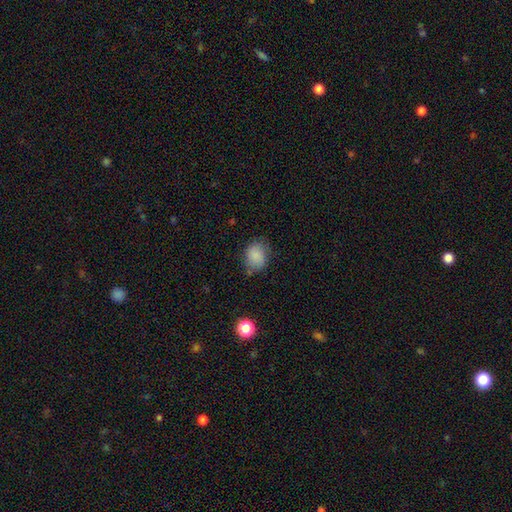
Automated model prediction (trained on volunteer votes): Smooth or featured? Predicted: smooth (p=0.83). How rounded? Predicted: in between (p=0.51). Merging? Predicted: none (p=0.67).